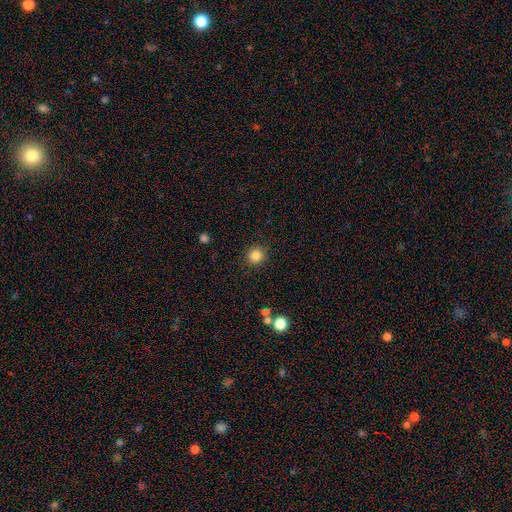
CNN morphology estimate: Overall: smooth (84%). How rounded: round (93%). Merging: none (90%).